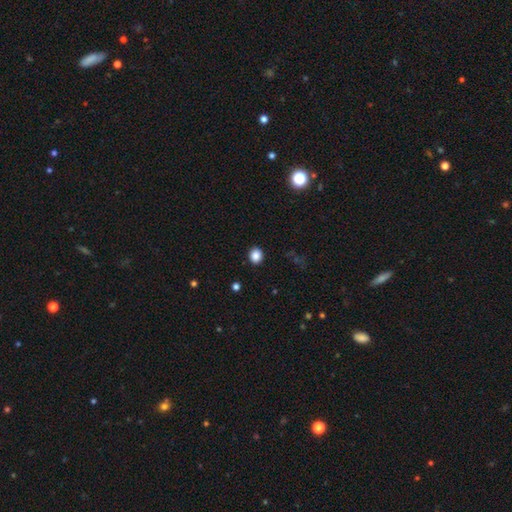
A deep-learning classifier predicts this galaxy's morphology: smooth_or_featured: smooth (p=0.87) [alt: star or artifact p=0.10]
how_rounded: round (p=0.69) [alt: in between p=0.30]
merging: none (p=0.91) [alt: minor disturbance p=0.06]